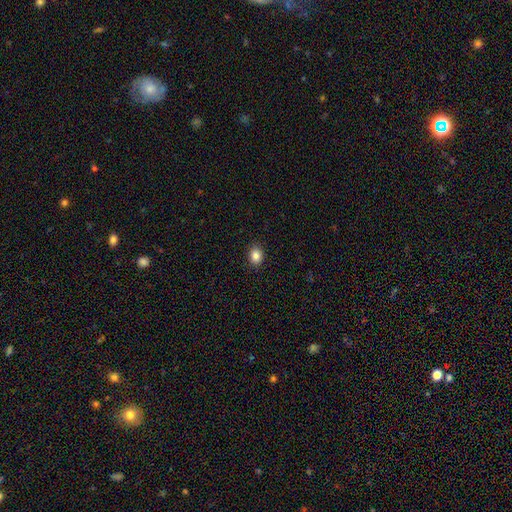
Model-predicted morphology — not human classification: Smooth or featured? Predicted: smooth (p=0.86). How rounded? Predicted: in between (p=0.59). Merging? Predicted: none (p=0.90).